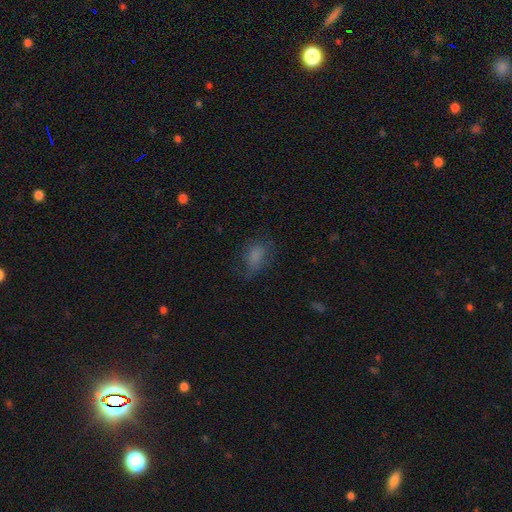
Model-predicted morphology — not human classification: Smooth or featured?
  - smooth: 70% *
  - featured or disk: 15%
  - star or artifact: 14%
How rounded?
  - in between: 76% *
  - round: 21%
  - cigar-shaped: 3%
Merging?
  - none: 48% *
  - minor disturbance: 27%
  - major disturbance: 23%
  - merger: 2%